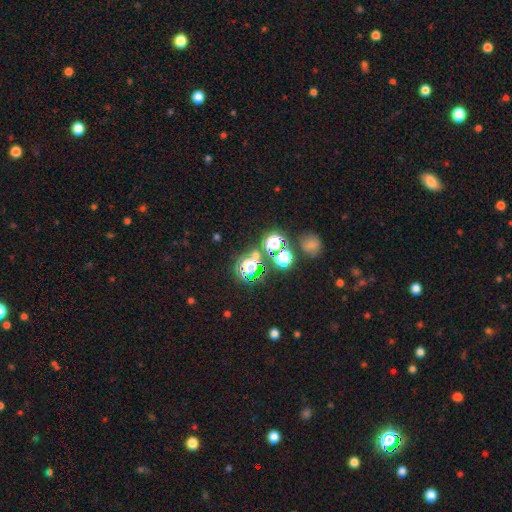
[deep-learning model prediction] A star or artifact, not a galaxy (72%).

Vote fractions:
- Smooth or featured? star or artifact: 72% / smooth: 20% / featured or disk: 8%